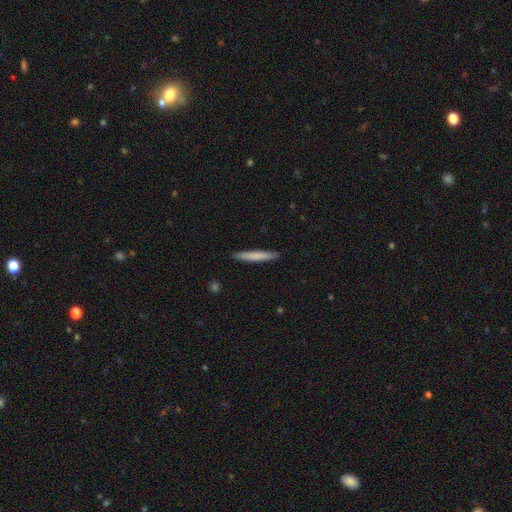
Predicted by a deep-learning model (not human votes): A smooth galaxy with no disk features (76%) that is cigar-shaped (96%).

Vote fractions:
- Smooth or featured? smooth: 76% / featured or disk: 19% / star or artifact: 5%
- How rounded? cigar-shaped: 96% / in between: 3% / round: 1%
- Merging? none: 91% / minor disturbance: 6% / major disturbance: 1% / merger: 1%